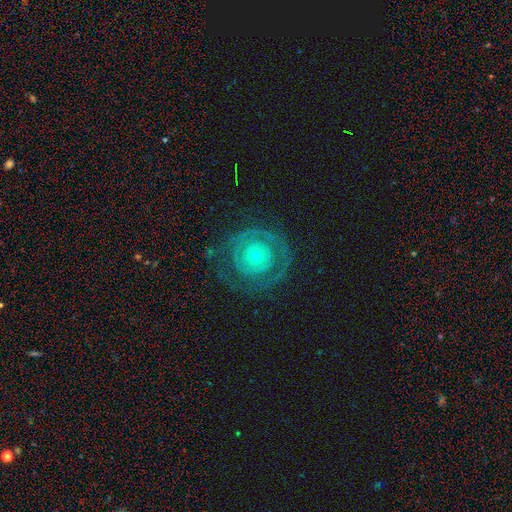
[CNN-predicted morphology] A featured or disk galaxy (71%) with no bar (88%), spiral arms (61%) and a small central bulge (76%). Merging: none (73%).